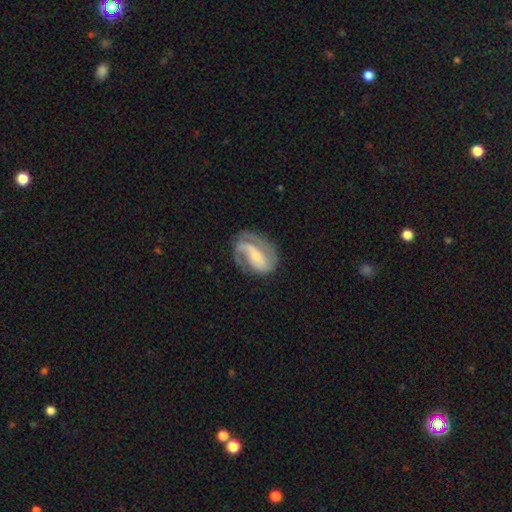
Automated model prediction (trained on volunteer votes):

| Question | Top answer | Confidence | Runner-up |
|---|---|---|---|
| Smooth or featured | featured or disk | 82% | smooth (13%) |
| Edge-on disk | no | 97% | yes (3%) |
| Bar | strong | 38% | weak (37%) |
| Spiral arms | yes | 93% | no (7%) |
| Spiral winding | medium | 46% | tight (32%) |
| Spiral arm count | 2 | 68% | 1 (14%) |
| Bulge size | small | 57% | moderate (37%) |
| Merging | none | 64% | minor disturbance (21%) |